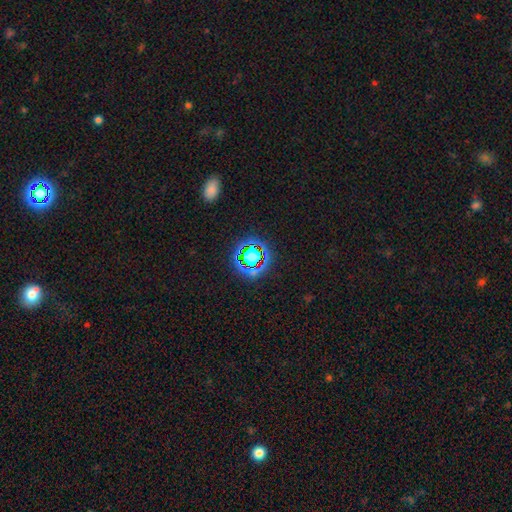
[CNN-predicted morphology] smooth_or_featured: star or artifact (p=0.58) [alt: smooth p=0.30]